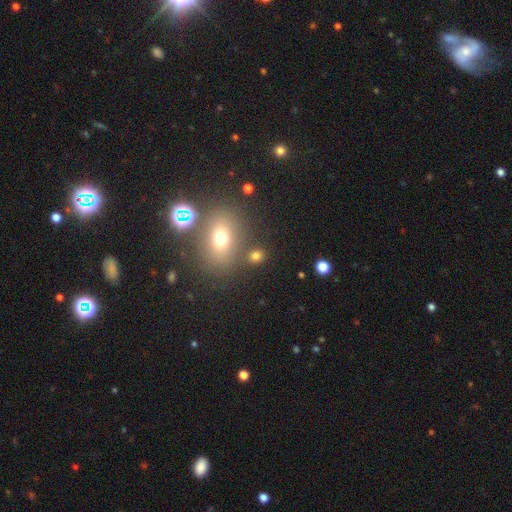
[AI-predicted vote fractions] Smooth or featured? Predicted: smooth (p=0.72). How rounded? Predicted: round (p=0.60). Merging? Predicted: none (p=0.75).